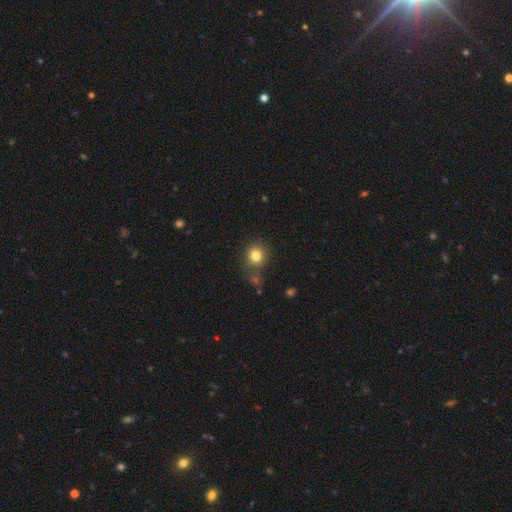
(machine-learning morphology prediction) smooth 81%, star or artifact 12%, featured or disk 7%. Down the decision tree: how rounded — round (87%); merging — none (77%).